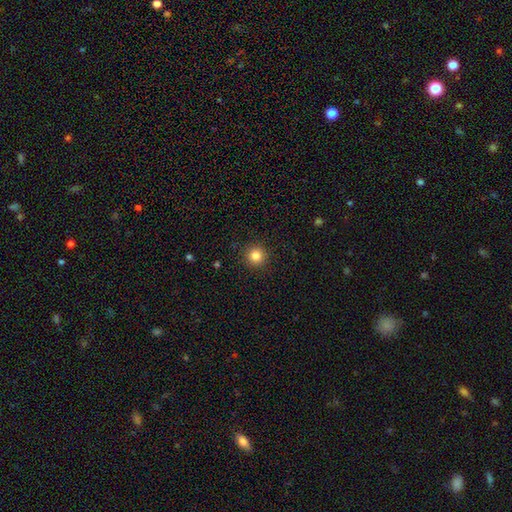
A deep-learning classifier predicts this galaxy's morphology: smooth 83%, star or artifact 12%, featured or disk 5%. Down the decision tree: how rounded — round (95%); merging — none (92%).